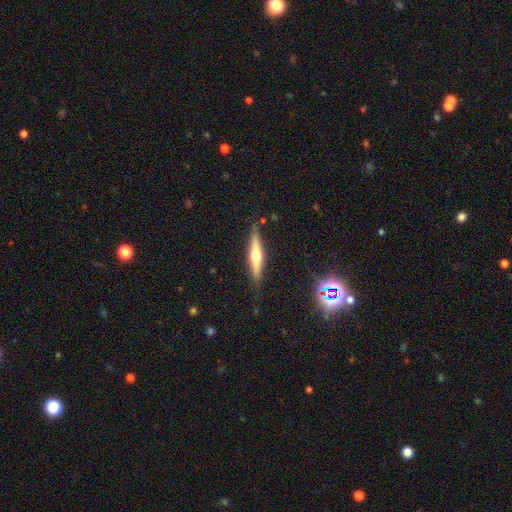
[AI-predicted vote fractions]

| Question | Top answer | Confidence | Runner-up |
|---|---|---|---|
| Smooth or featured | featured or disk | 60% | smooth (33%) |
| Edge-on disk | yes | 95% | no (5%) |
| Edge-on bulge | rounded | 90% | none (6%) |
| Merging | none | 86% | minor disturbance (11%) |